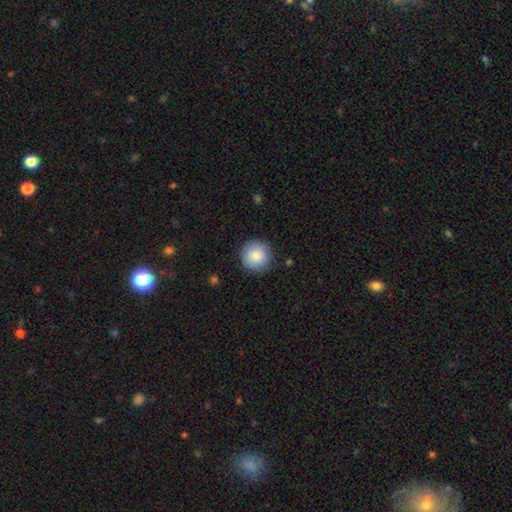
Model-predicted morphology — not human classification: Smooth or featured: smooth — 87% (star or artifact — 7%)
How rounded: round — 96% (in between — 3%)
Merging: none — 89% (minor disturbance — 8%)